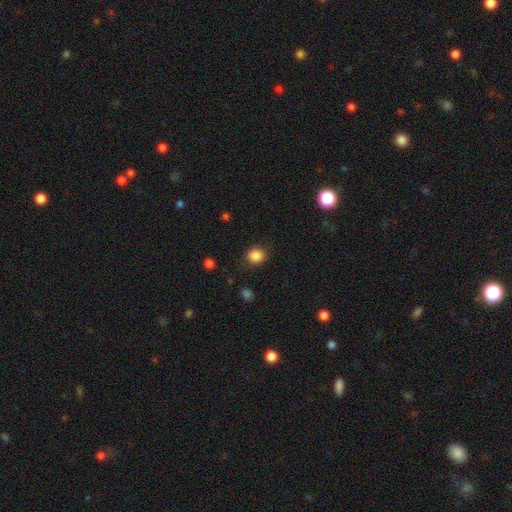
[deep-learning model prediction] Smooth or featured: smooth — 86% (star or artifact — 11%)
How rounded: round — 76% (in between — 23%)
Merging: none — 85% (minor disturbance — 10%)